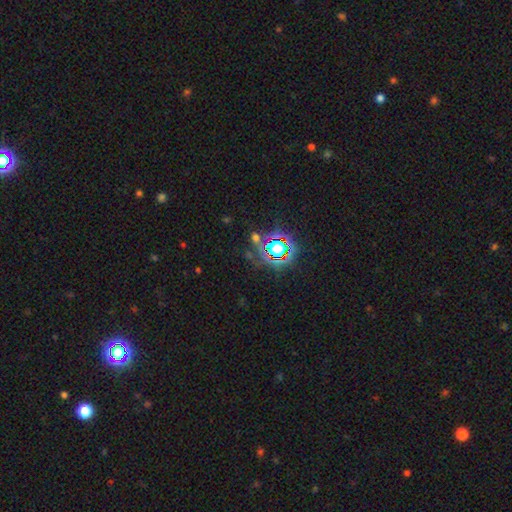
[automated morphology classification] type=star or artifact (81%).